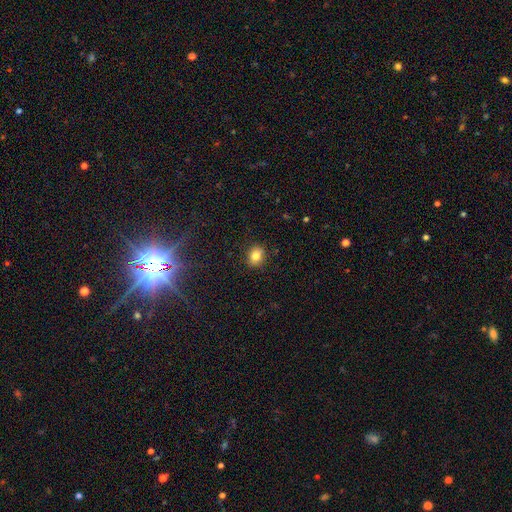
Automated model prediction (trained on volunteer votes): This appears to be a smooth galaxy with no disk features (81%) that is round (54%). Merging: none (88%).